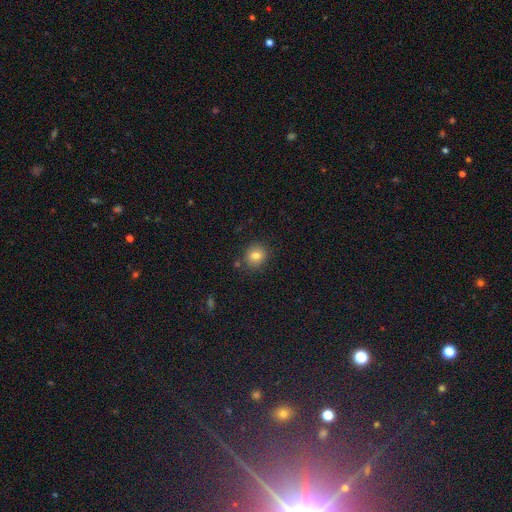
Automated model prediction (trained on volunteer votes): smooth-or-featured: smooth: 80% | star or artifact: 12% | featured or disk: 9%
  how-rounded: round: 78% | in between: 21% | cigar-shaped: 1%
  merging: none: 83% | minor disturbance: 10% | merger: 4% | major disturbance: 3%